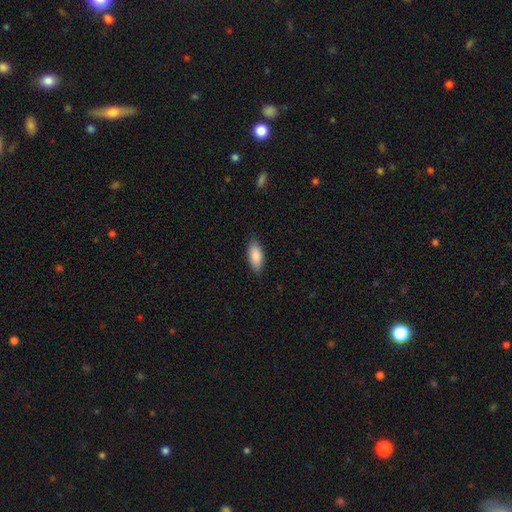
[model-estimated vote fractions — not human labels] smooth 87%, featured or disk 7%, star or artifact 6%. Down the decision tree: how rounded — in between (82%); merging — none (87%).